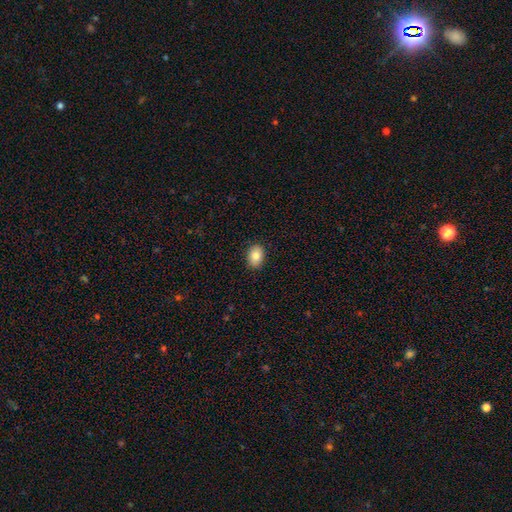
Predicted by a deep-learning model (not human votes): Smooth or featured?
  - smooth: 83% *
  - featured or disk: 9%
  - star or artifact: 8%
How rounded?
  - in between: 74% *
  - round: 25%
  - cigar-shaped: 1%
Merging?
  - none: 89% *
  - minor disturbance: 8%
  - major disturbance: 2%
  - merger: 1%